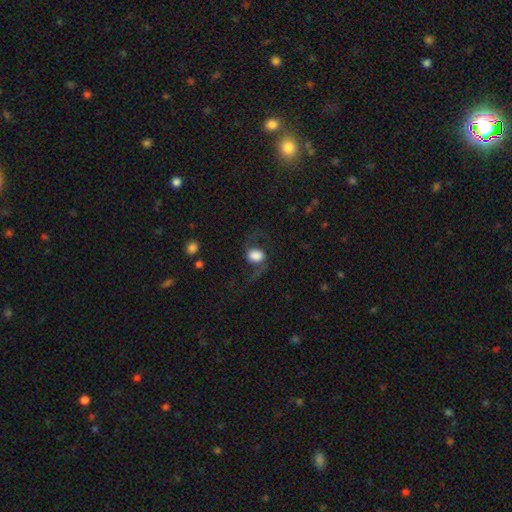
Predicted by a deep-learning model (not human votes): Smooth or featured? Predicted: featured or disk (p=0.53). Edge-on disk? Predicted: no (p=0.95). Bar? Predicted: no (p=0.57). Spiral arms? Predicted: yes (p=0.87). Bulge size? Predicted: large (p=0.42). Merging? Predicted: none (p=0.63).